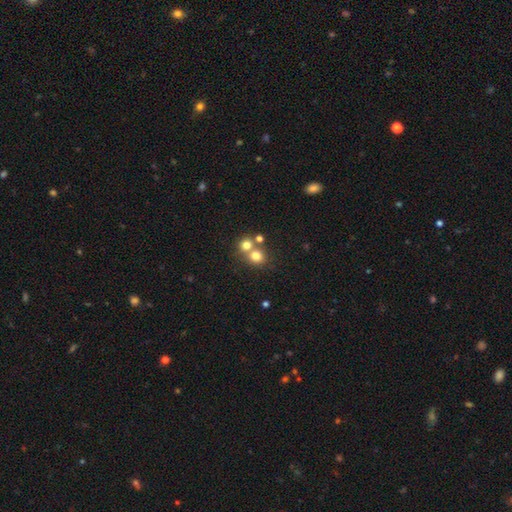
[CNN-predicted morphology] Smooth or featured?
  - smooth: 75% *
  - star or artifact: 14%
  - featured or disk: 10%
How rounded?
  - round: 84% *
  - in between: 15%
  - cigar-shaped: 1%
Merging?
  - none: 47% *
  - merger: 44%
  - minor disturbance: 6%
  - major disturbance: 3%